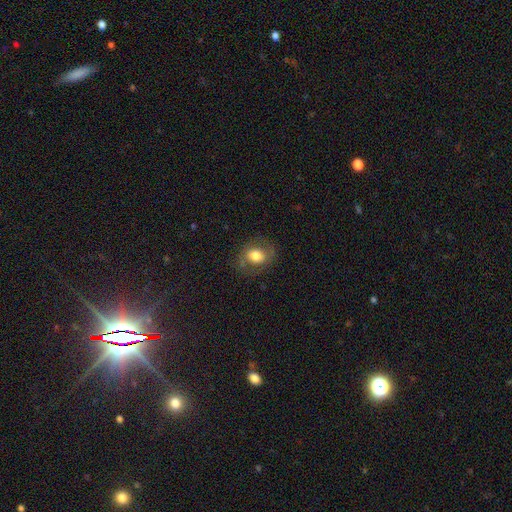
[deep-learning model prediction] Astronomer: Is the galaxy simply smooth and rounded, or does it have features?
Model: smooth — 67%.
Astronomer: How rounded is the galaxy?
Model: in between — 54% (runner-up: round, 45%).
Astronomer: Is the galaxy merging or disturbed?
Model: none — 73%.